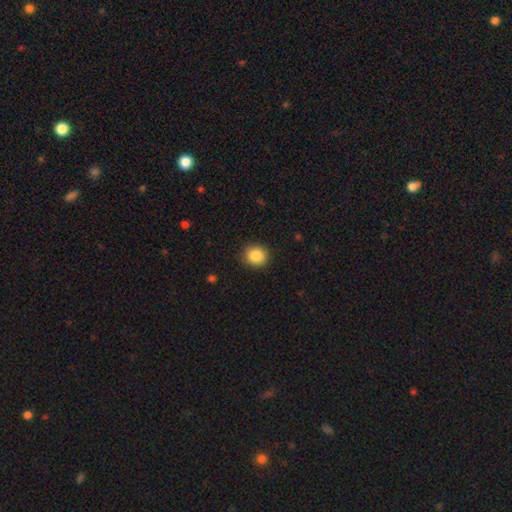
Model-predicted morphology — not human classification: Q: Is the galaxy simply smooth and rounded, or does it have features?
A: smooth — 86%.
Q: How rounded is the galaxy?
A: round — 87%.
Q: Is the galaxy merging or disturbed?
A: none — 90%.